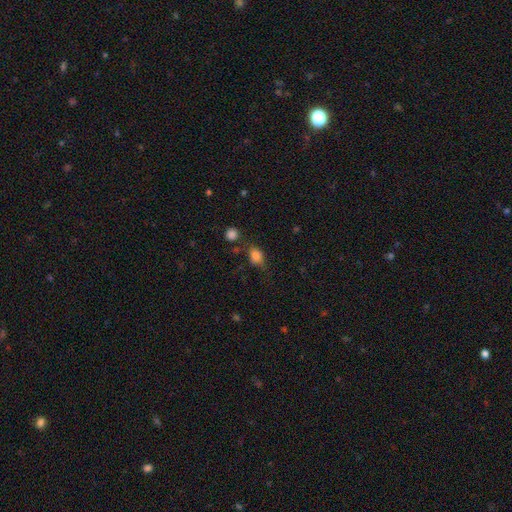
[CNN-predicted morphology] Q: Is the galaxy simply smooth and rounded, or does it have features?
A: smooth — 80%.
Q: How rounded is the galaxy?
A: in between — 57%.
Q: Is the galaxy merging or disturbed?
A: none — 57%.